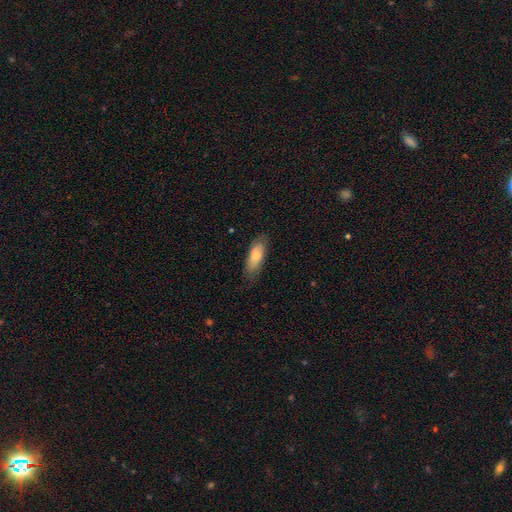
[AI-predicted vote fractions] smooth 79%, featured or disk 15%, star or artifact 6%. Down the decision tree: how rounded — in between (70%); merging — none (77%).